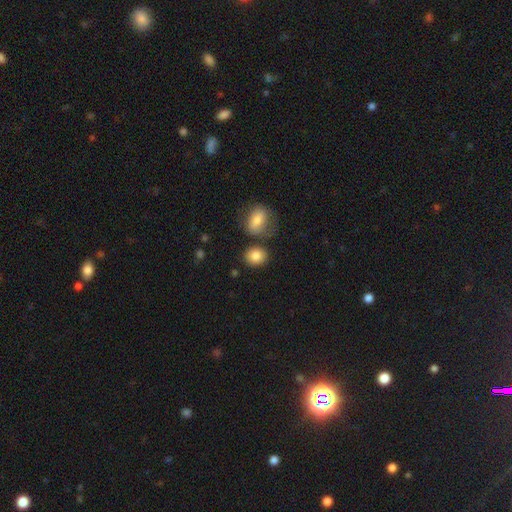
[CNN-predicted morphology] smooth-or-featured: smooth: 84% | star or artifact: 9% | featured or disk: 7%
  how-rounded: round: 59% | in between: 39% | cigar-shaped: 1%
  merging: none: 74% | merger: 12% | minor disturbance: 11% | major disturbance: 4%